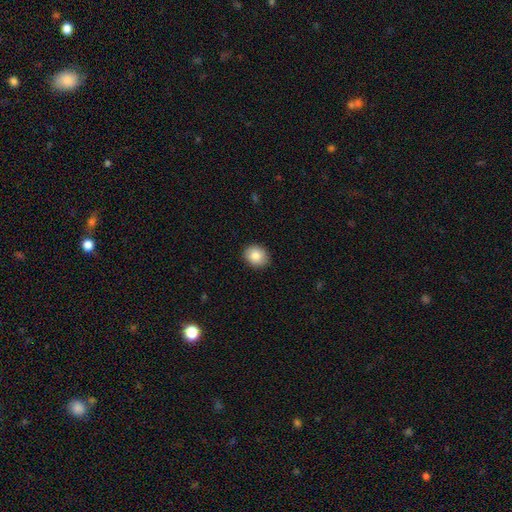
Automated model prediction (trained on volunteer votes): A smooth galaxy with no disk features (85%) that is round (67%).

Vote fractions:
- Smooth or featured? smooth: 85% / star or artifact: 8% / featured or disk: 7%
- How rounded? round: 67% / in between: 33% / cigar-shaped: 1%
- Merging? none: 89% / minor disturbance: 8% / major disturbance: 2% / merger: 1%